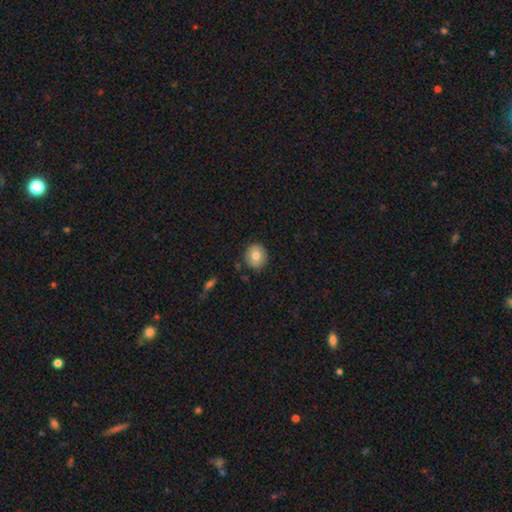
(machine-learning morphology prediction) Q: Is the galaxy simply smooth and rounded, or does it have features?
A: smooth — 78%.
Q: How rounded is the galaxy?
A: round — 87%.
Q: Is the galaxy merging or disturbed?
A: none — 88%.